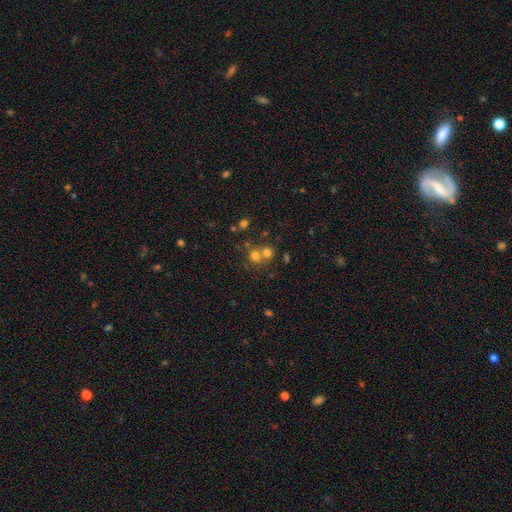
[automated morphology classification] A smooth galaxy with no disk features (68%) that is round (84%). Merging: merger (47%).